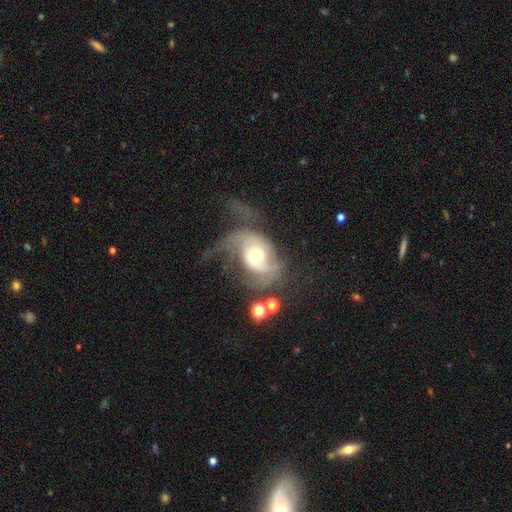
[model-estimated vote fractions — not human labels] A featured or disk galaxy (73%) with no bar (64%), 2 (44%) loose (44%) spiral arms (84%) and a moderate central bulge (57%). Merging: major disturbance (54%).